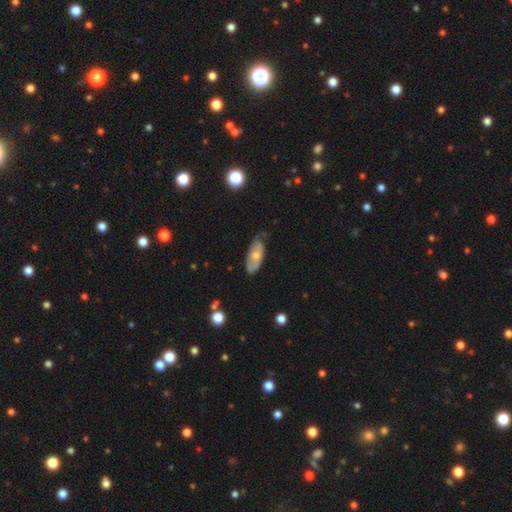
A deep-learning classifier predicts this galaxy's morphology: Smooth or featured? smooth (55%)
How rounded? in between (85%)
Merging? none (50%)